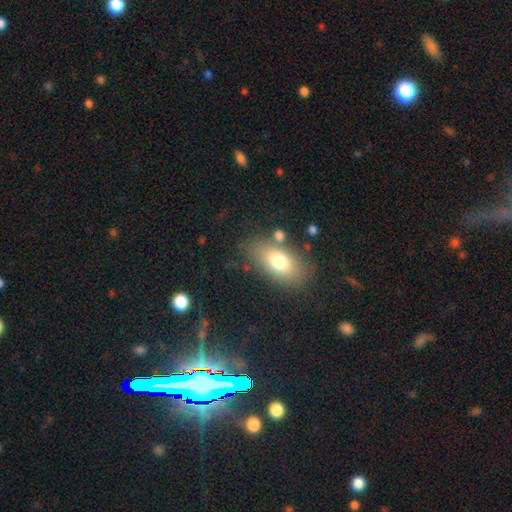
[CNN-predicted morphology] This appears to be a smooth galaxy with no disk features (59%) that is in between round and cigar-shaped (85%). Merging: none (81%).